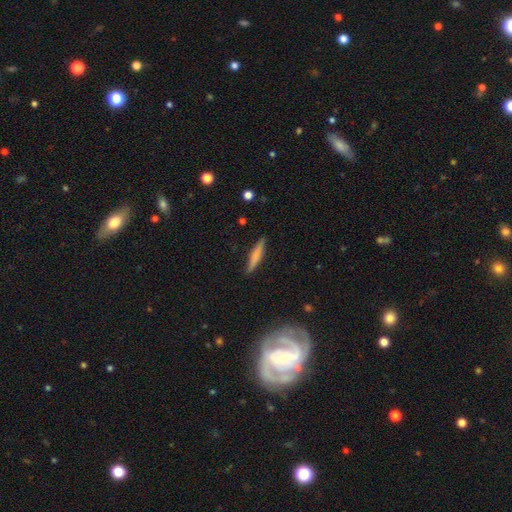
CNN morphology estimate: smooth_or_featured: smooth (p=0.66) [alt: featured or disk p=0.27]
how_rounded: cigar-shaped (p=0.88) [alt: in between p=0.11]
merging: none (p=0.87) [alt: minor disturbance p=0.10]